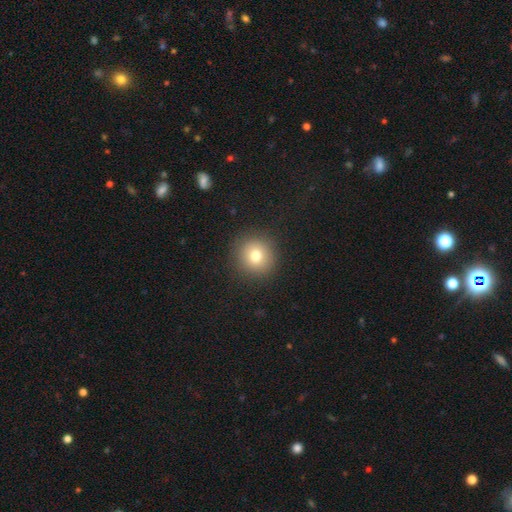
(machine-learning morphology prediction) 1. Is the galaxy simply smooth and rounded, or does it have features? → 77% smooth, 13% star or artifact, 11% featured or disk.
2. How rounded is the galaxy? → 93% round, 6% in between, 1% cigar-shaped.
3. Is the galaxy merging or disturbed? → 91% none, 6% minor disturbance, 2% major disturbance, 1% merger.